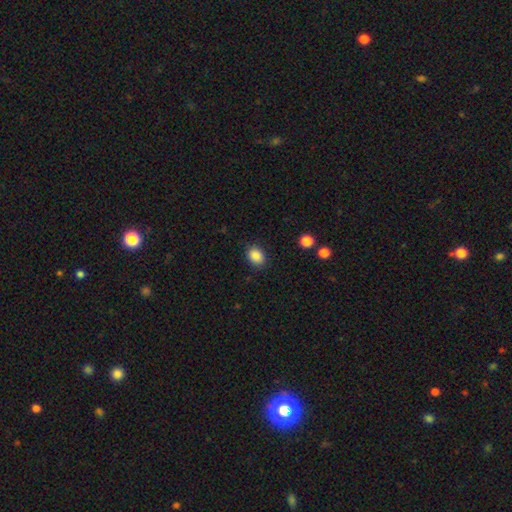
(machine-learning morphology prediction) This appears to be a smooth galaxy with no disk features (87%) that is in between round and cigar-shaped (63%). Merging: none (86%).